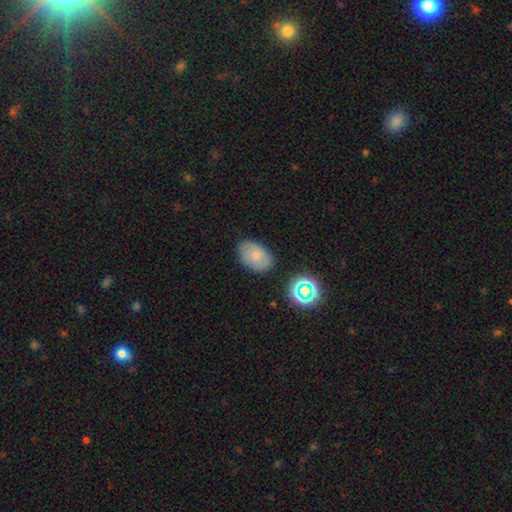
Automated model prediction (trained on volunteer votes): Smooth or featured? smooth (70%)
How rounded? in between (84%)
Merging? none (78%)